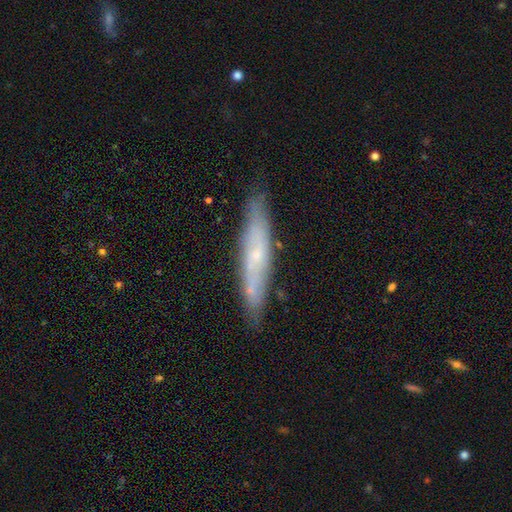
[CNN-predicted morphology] Q: Smooth or featured?
A: featured or disk (58%); runner-up: smooth (35%)
Q: Edge-on disk?
A: yes (66%); runner-up: no (34%)
Q: Merging?
A: none (81%); runner-up: minor disturbance (14%)